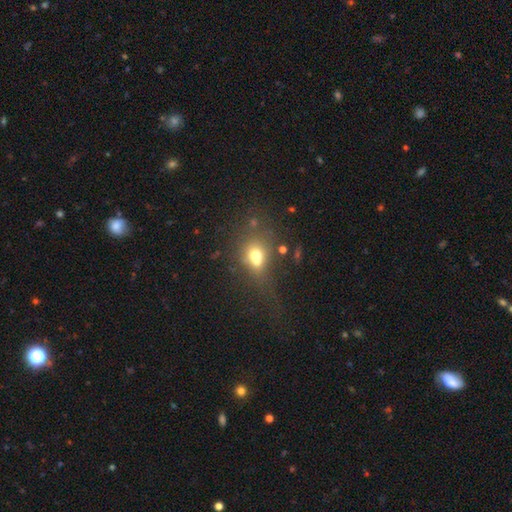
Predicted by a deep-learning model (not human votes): Q: Smooth or featured?
A: smooth (64%); runner-up: featured or disk (20%)
Q: How rounded?
A: round (55%); runner-up: in between (43%)
Q: Merging?
A: none (37%); runner-up: merger (35%)